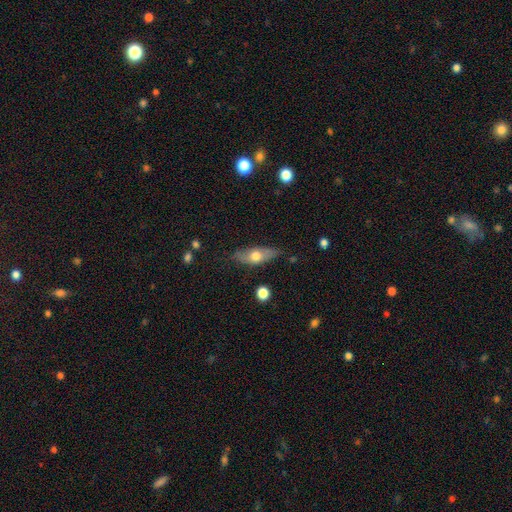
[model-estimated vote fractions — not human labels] smooth-or-featured: smooth: 59% | featured or disk: 35% | star or artifact: 6%
  how-rounded: in between: 68% | cigar-shaped: 27% | round: 5%
  merging: none: 73% | minor disturbance: 21% | major disturbance: 4% | merger: 2%